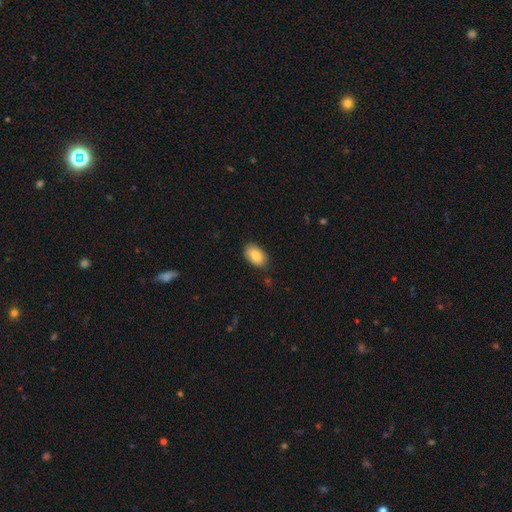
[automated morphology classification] A smooth galaxy with no disk features (86%) that is in between round and cigar-shaped (92%). Merging: none (83%).